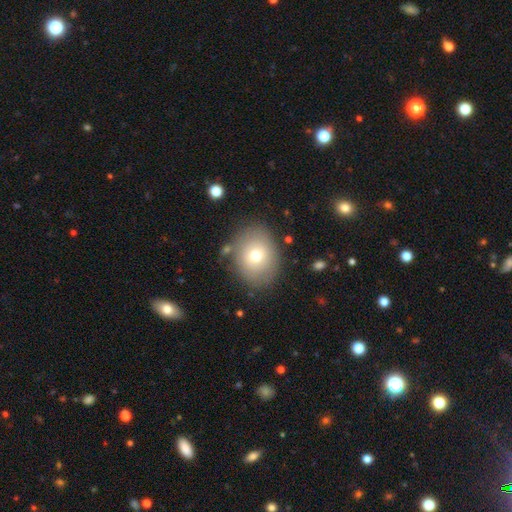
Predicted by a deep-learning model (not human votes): The model was most divided on "how rounded": round: 57%, in between: 42%, cigar-shaped: 1%. More confident: merging — none (80%); smooth or featured — smooth (70%).